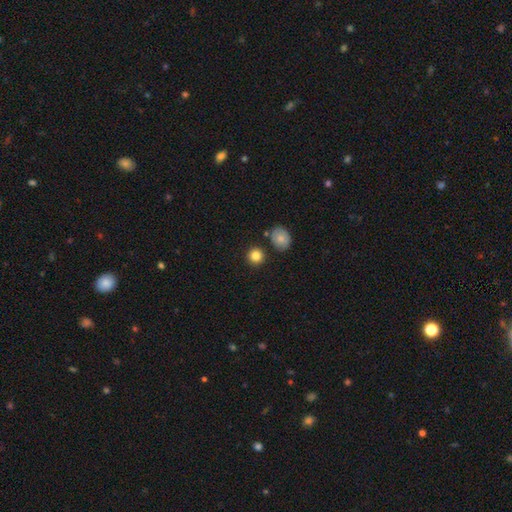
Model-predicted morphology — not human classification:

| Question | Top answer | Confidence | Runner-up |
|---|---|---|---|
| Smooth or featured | smooth | 84% | star or artifact (10%) |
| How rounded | round | 91% | in between (8%) |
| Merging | none | 85% | minor disturbance (7%) |